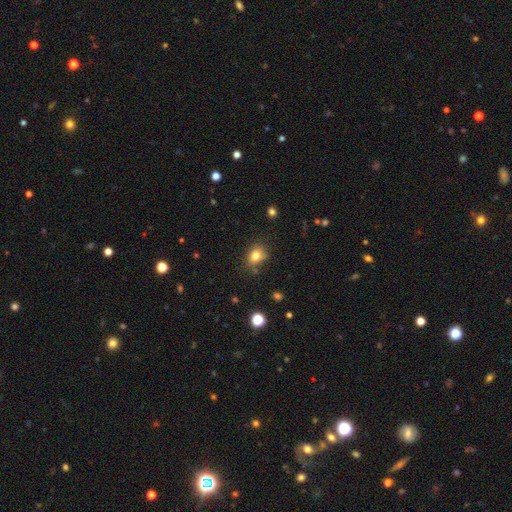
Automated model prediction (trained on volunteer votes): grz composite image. It shows a smooth galaxy with no disk features (80%) that is in between round and cigar-shaped (57%). Merging: none (74%).